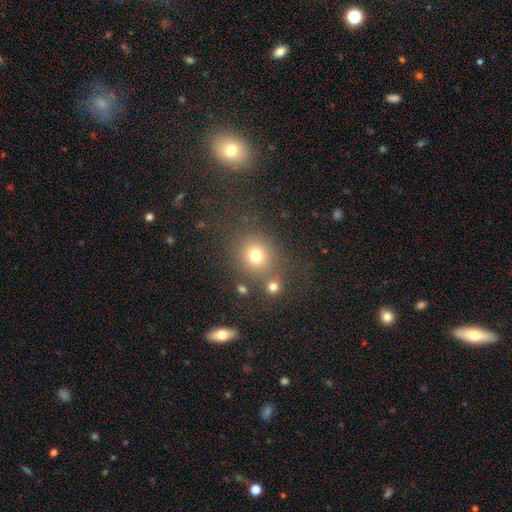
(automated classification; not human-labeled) This is likely a smooth galaxy (74%). How rounded: clearly round (83%). Merging: likely none (70%).